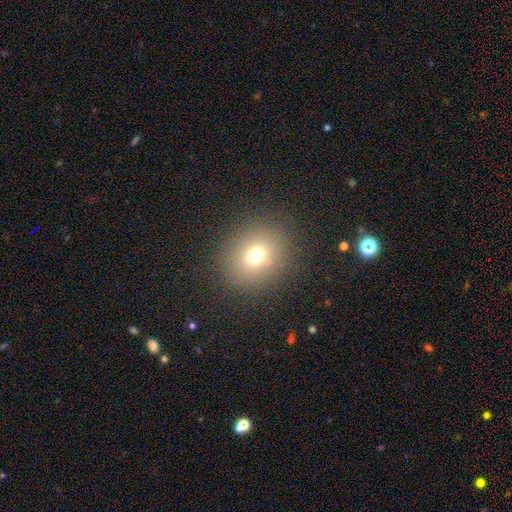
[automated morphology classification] This appears to be a smooth galaxy with no disk features (71%) that is round (78%). Merging: none (87%).